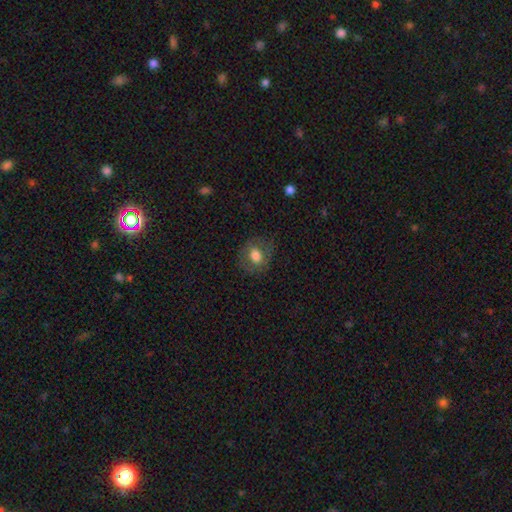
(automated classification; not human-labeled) This is likely a smooth galaxy (69%). How rounded: possibly round (59%). Merging: likely none (78%).